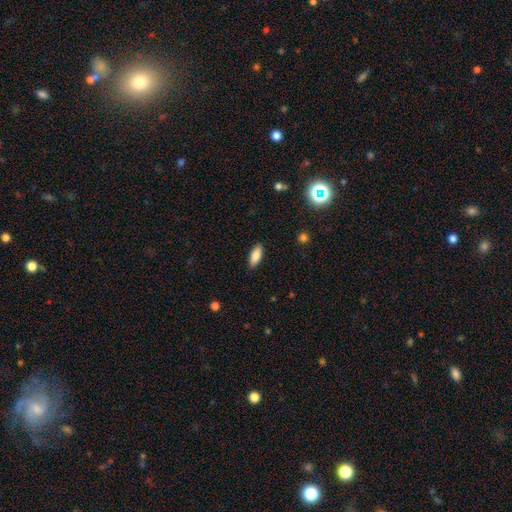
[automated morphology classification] Smooth or featured? Predicted: smooth (p=0.84). How rounded? Predicted: in between (p=0.81). Merging? Predicted: none (p=0.89).